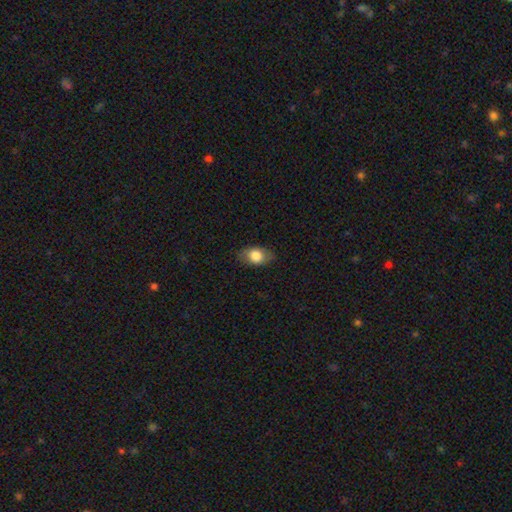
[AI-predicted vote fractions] Q: Smooth or featured?
A: smooth (78%); runner-up: featured or disk (15%)
Q: How rounded?
A: in between (81%); runner-up: round (17%)
Q: Merging?
A: none (80%); runner-up: minor disturbance (15%)